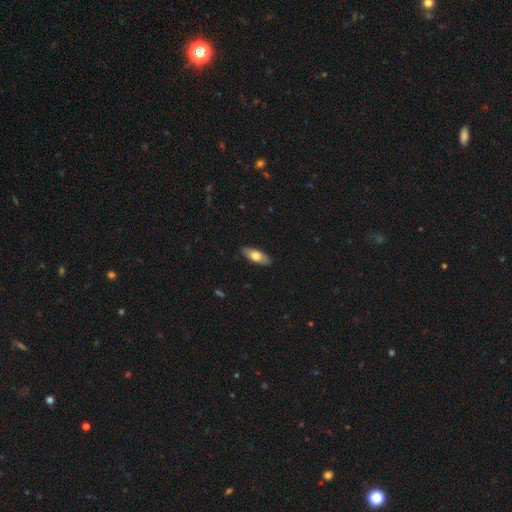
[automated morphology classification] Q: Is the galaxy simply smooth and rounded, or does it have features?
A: smooth — 71%.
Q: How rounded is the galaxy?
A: in between — 74%.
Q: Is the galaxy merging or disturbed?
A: none — 87%.